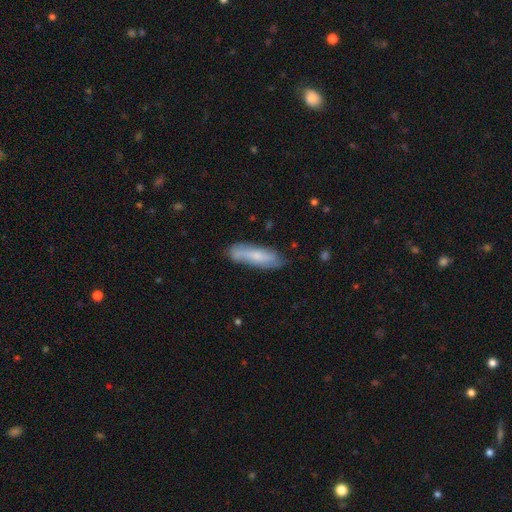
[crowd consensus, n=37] Morphology: type=smooth (54%); roundness=in between (55%); merging=none (64%).